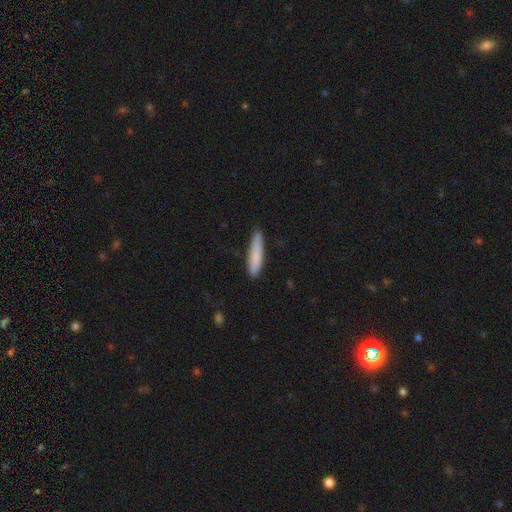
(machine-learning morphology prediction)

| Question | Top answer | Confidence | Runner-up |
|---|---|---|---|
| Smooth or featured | smooth | 81% | featured or disk (13%) |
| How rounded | cigar-shaped | 88% | in between (11%) |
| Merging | none | 82% | minor disturbance (14%) |